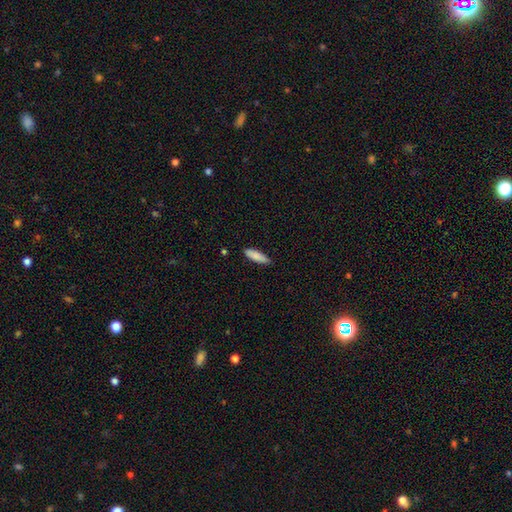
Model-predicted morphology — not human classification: Q: Smooth or featured?
A: smooth (85%); runner-up: featured or disk (9%)
Q: How rounded?
A: cigar-shaped (52%); runner-up: in between (46%)
Q: Merging?
A: none (81%); runner-up: minor disturbance (16%)